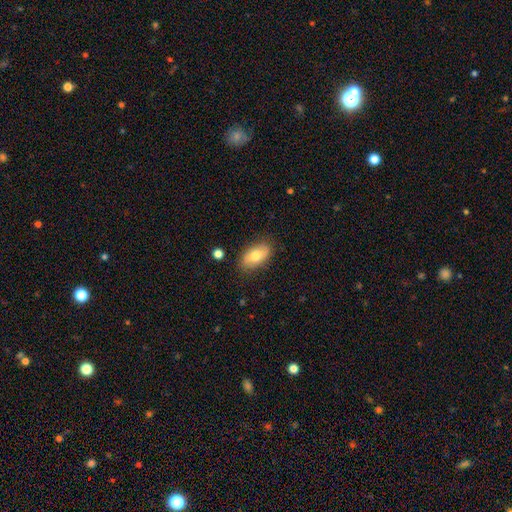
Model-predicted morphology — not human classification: A smooth galaxy with no disk features (66%) that is in between round and cigar-shaped (92%). Merging: none (81%).